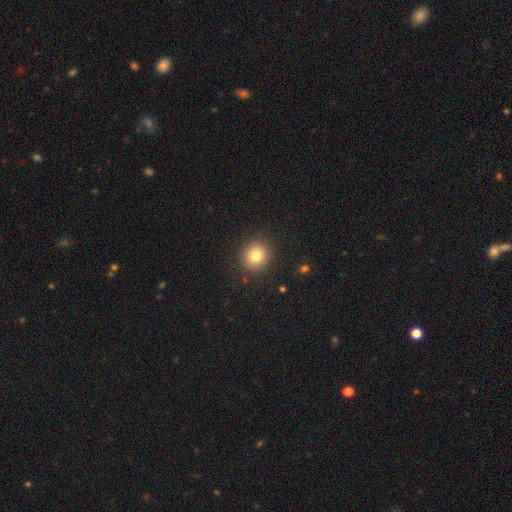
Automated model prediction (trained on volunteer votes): A smooth galaxy with no disk features (81%) that is round (84%).

Vote fractions:
- Smooth or featured? smooth: 81% / star or artifact: 11% / featured or disk: 8%
- How rounded? round: 84% / in between: 16% / cigar-shaped: 1%
- Merging? none: 89% / minor disturbance: 7% / major disturbance: 2% / merger: 1%